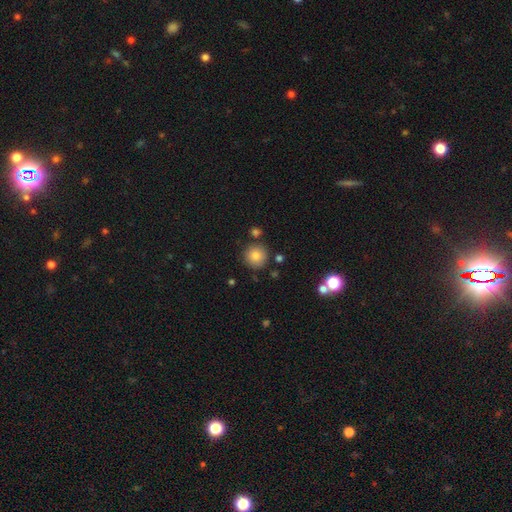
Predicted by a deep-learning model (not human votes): This appears to be a smooth galaxy with no disk features (83%) that is round (94%). Merging: none (84%).